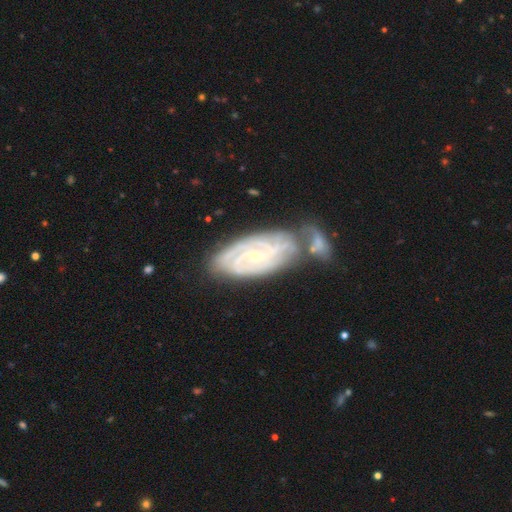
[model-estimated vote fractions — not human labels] Morphology: type=featured or disk (85%); edge-on=no (95%); bar=no (45%); spiral arms=yes (96%); winding=tight (75%); arm count=2 (31%); bulge=small (75%); merging=merger (42%).